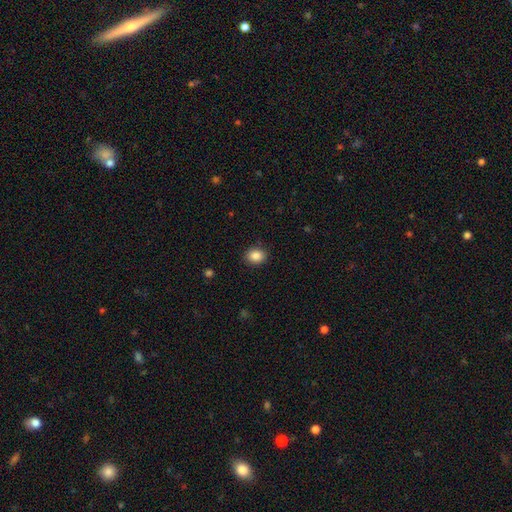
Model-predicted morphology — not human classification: This is clearly a smooth galaxy (87%). How rounded: possibly round (50%). Merging: clearly none (88%).